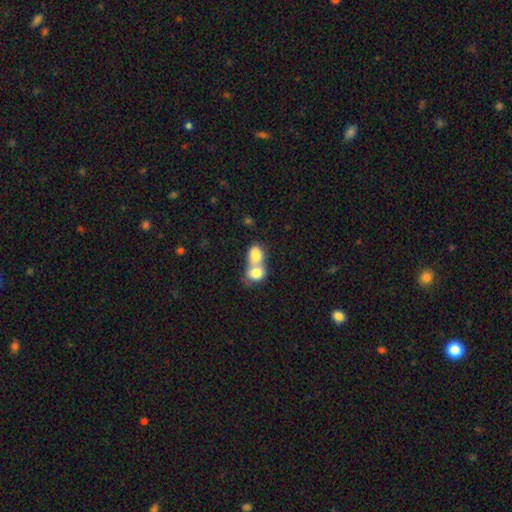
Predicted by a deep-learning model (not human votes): The model was most divided on "how rounded": in between: 51%, round: 47%, cigar-shaped: 1%. More confident: smooth or featured — smooth (79%); merging — merger (77%).